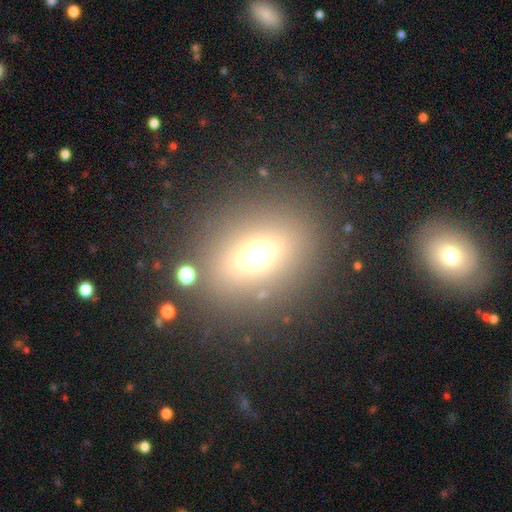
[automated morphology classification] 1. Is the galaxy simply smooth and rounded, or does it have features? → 63% smooth, 20% star or artifact, 17% featured or disk.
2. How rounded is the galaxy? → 57% in between, 38% round, 4% cigar-shaped.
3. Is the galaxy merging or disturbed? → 82% none, 8% minor disturbance, 5% merger, 4% major disturbance.